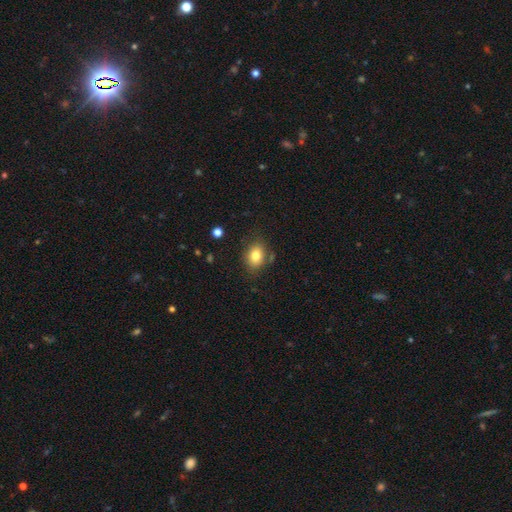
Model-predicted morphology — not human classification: The model was most divided on "how rounded": in between: 62%, round: 37%, cigar-shaped: 1%. More confident: smooth or featured — smooth (81%); merging — none (77%).